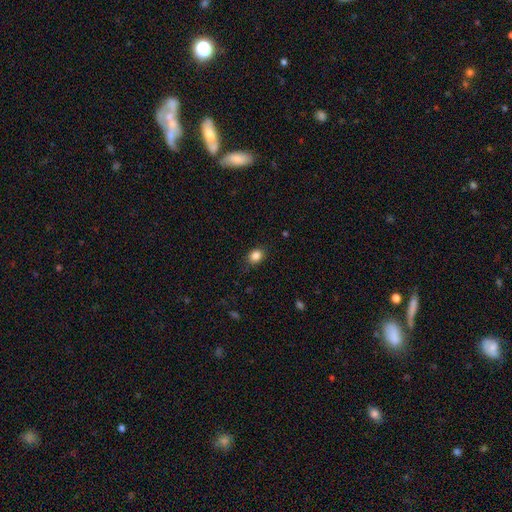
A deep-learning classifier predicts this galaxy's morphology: This appears to be a smooth galaxy with no disk features (85%) that is in between round and cigar-shaped (52%). Merging: none (82%).